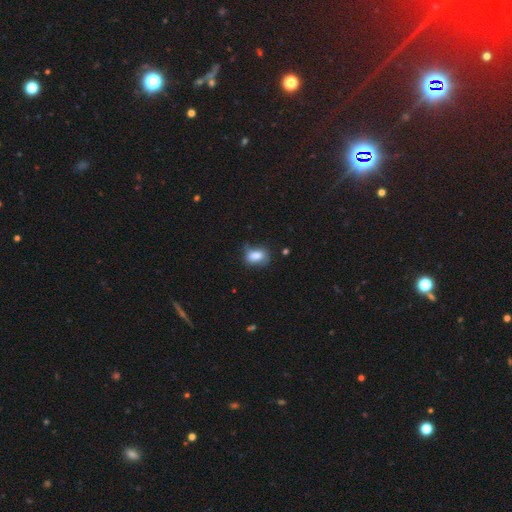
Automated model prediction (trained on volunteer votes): Q: Smooth or featured?
A: smooth (81%); runner-up: featured or disk (10%)
Q: How rounded?
A: in between (78%); runner-up: round (20%)
Q: Merging?
A: none (57%); runner-up: minor disturbance (31%)